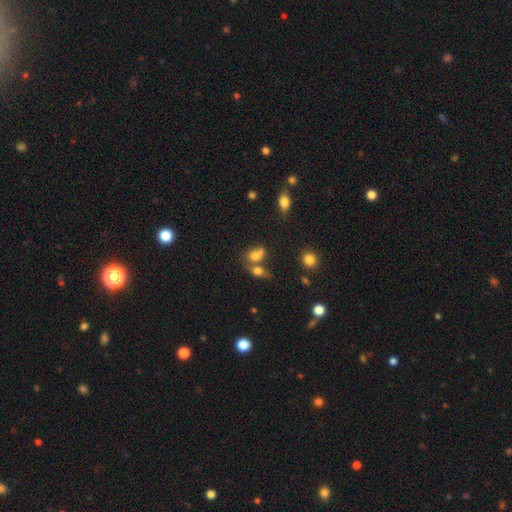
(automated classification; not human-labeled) Smooth or featured?
  - smooth: 75% *
  - featured or disk: 13%
  - star or artifact: 12%
How rounded?
  - in between: 66% *
  - round: 32%
  - cigar-shaped: 3%
Merging?
  - merger: 53% *
  - none: 30%
  - minor disturbance: 11%
  - major disturbance: 7%